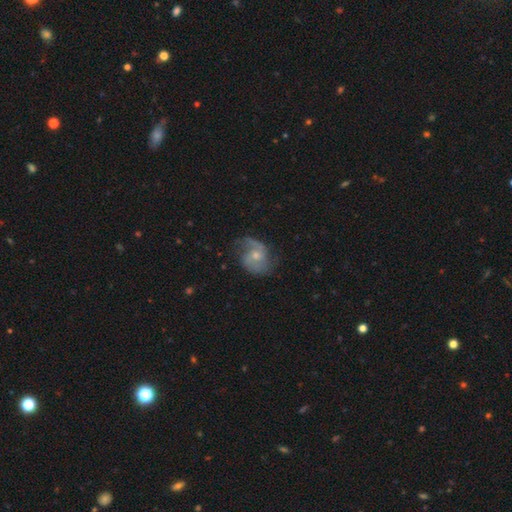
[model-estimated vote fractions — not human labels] smooth-or-featured: featured or disk: 77% | smooth: 16% | star or artifact: 7%
  disk-edge-on: no: 97% | yes: 3%
    bar: no: 57% | weak: 37% | strong: 6%
    has-spiral-arms: yes: 93% | no: 7%
      spiral-winding: medium: 47% | loose: 36% | tight: 17%
      spiral-arm-count: 2: 82% | 1: 7% | can't tell: 7% | 3: 2% | 4: 1% | more than 4: 1%
    bulge-size: moderate: 51% | small: 41% | none: 4% | large: 3% | dominant: 1%
  merging: none: 63% | minor disturbance: 23% | major disturbance: 12% | merger: 2%